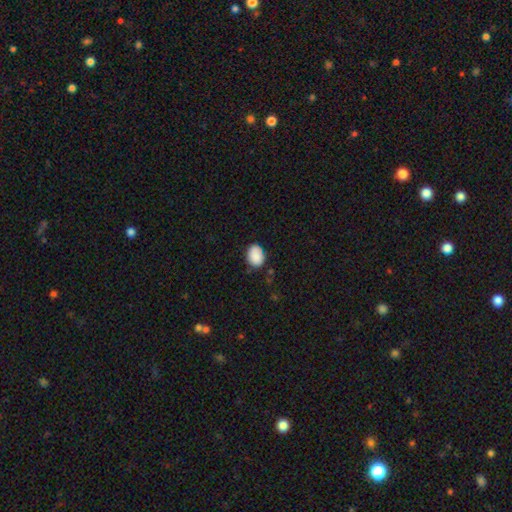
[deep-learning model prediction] Smooth or featured? Predicted: smooth (p=0.89). How rounded? Predicted: in between (p=0.71). Merging? Predicted: none (p=0.75).